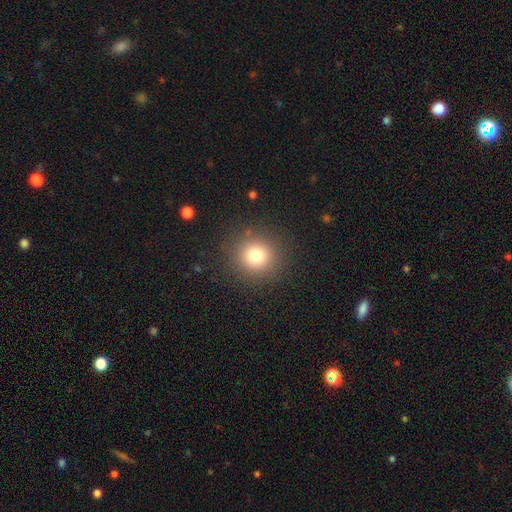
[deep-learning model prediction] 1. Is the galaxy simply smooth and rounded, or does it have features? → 78% smooth, 14% star or artifact, 8% featured or disk.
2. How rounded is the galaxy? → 92% round, 7% in between, 1% cigar-shaped.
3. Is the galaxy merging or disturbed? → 88% none, 7% minor disturbance, 3% major disturbance, 1% merger.